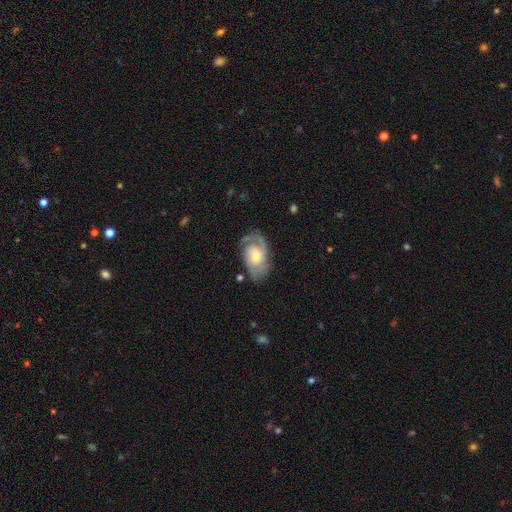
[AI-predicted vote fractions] Smooth or featured: featured or disk — 77% (smooth — 18%)
Edge-on disk: no — 96% (yes — 4%)
Bar: no — 64% (weak — 31%)
Spiral arms: yes — 92% (no — 8%)
Spiral winding: medium — 42% (tied with tight — 42%)
Spiral arm count: 2 — 61% (1 — 15%)
Bulge size: moderate — 51% (small — 37%)
Merging: none — 65% (minor disturbance — 22%)